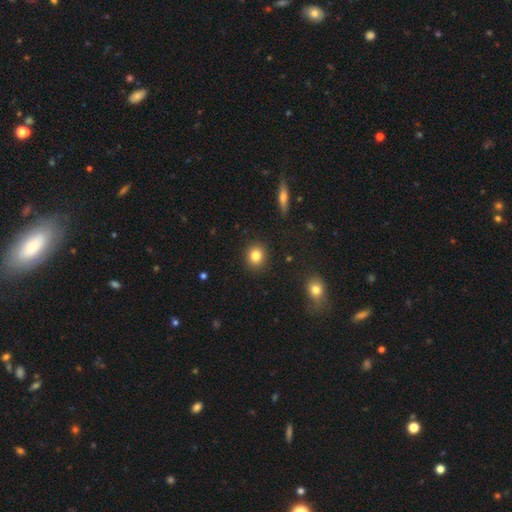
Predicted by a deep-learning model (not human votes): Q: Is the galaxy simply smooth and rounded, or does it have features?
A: smooth — 83%.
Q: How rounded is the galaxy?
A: round — 80%.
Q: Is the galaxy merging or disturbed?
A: none — 90%.